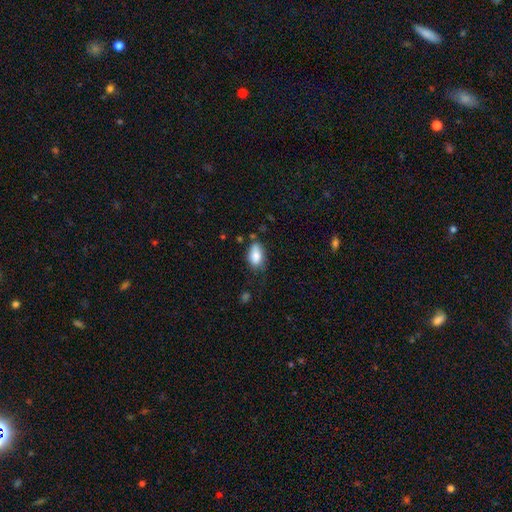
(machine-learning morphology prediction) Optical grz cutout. It shows a smooth galaxy with no disk features (83%) that is in between round and cigar-shaped (90%). Merging: none (54%).